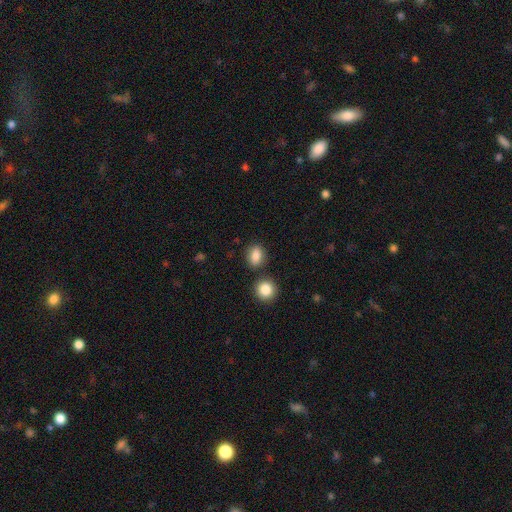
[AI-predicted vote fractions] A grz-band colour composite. It shows a smooth galaxy with no disk features (85%) that is in between round and cigar-shaped (62%). Merging: none (78%).